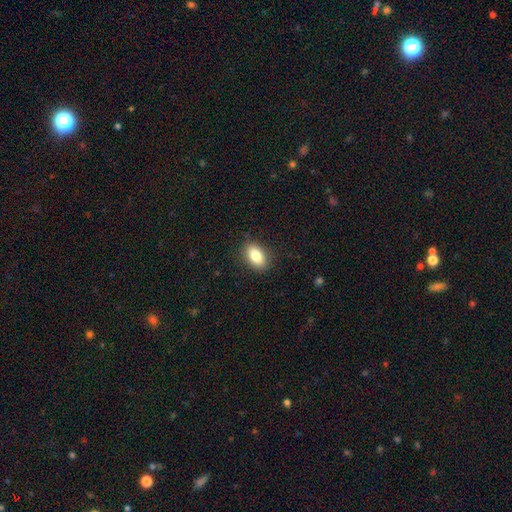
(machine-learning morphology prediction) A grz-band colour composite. It shows a smooth galaxy with no disk features (84%) that is in between round and cigar-shaped (88%). Merging: none (87%).